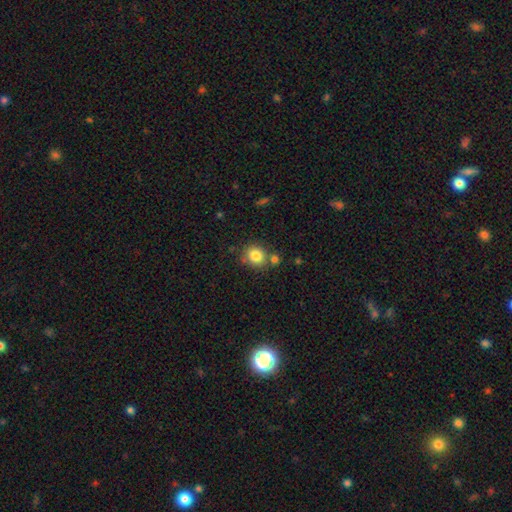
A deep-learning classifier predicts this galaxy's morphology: Overall: smooth (83%). How rounded: round (77%). Merging: none (69%).